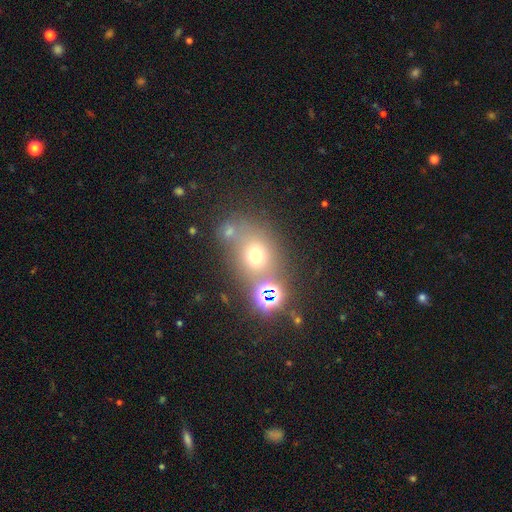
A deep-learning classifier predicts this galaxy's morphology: A smooth galaxy with no disk features (60%) that is round (60%). Merging: none (58%).